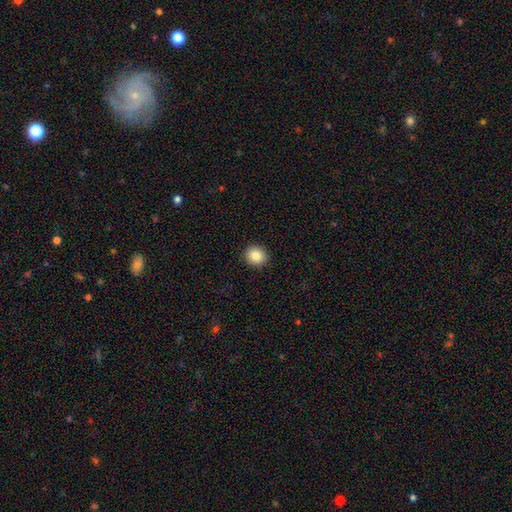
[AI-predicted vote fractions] Morphology: type=smooth (86%); roundness=round (84%); merging=none (92%).